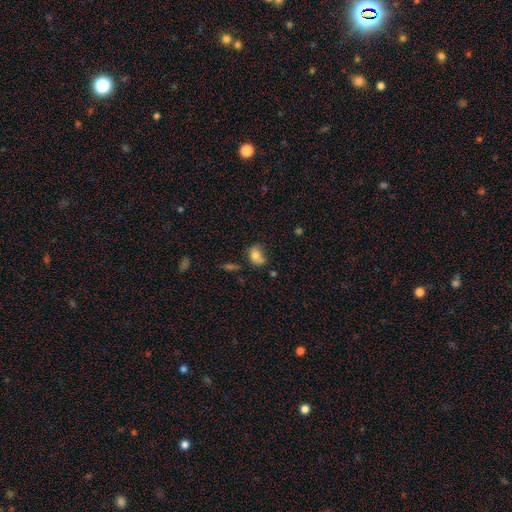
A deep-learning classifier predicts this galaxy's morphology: Smooth or featured? Predicted: smooth (p=0.73). How rounded? Predicted: in between (p=0.67). Merging? Predicted: none (p=0.37).